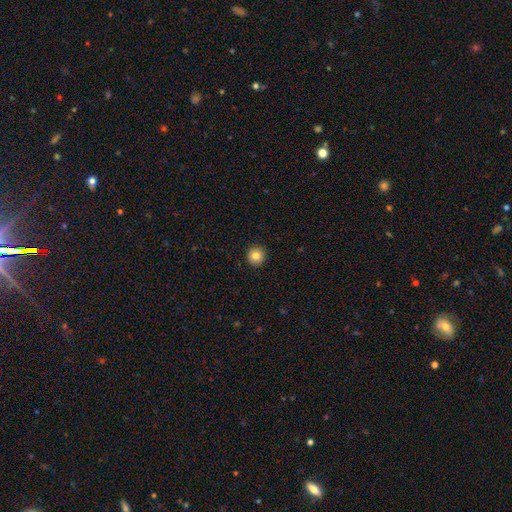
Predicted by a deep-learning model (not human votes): Morphology: type=smooth (83%); roundness=round (96%); merging=none (93%).